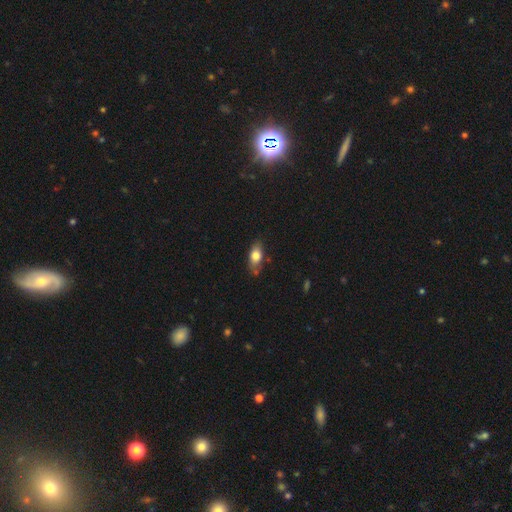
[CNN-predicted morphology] Smooth or featured? Predicted: smooth (p=0.75). How rounded? Predicted: in between (p=0.83). Merging? Predicted: none (p=0.66).